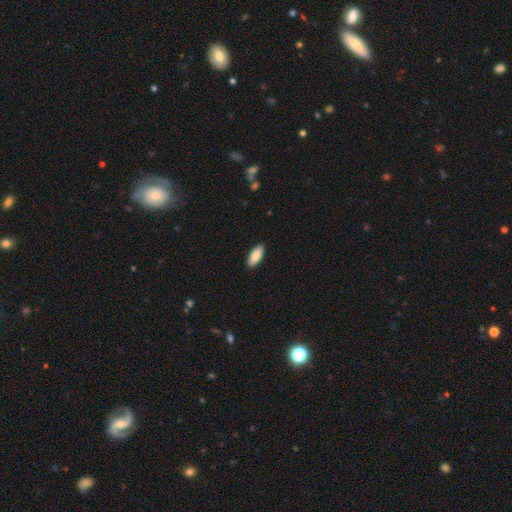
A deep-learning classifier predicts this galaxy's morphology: smooth-or-featured: smooth: 87% | featured or disk: 7% | star or artifact: 6%
  how-rounded: in between: 84% | cigar-shaped: 14% | round: 2%
  merging: none: 90% | minor disturbance: 7% | major disturbance: 2% | merger: 1%